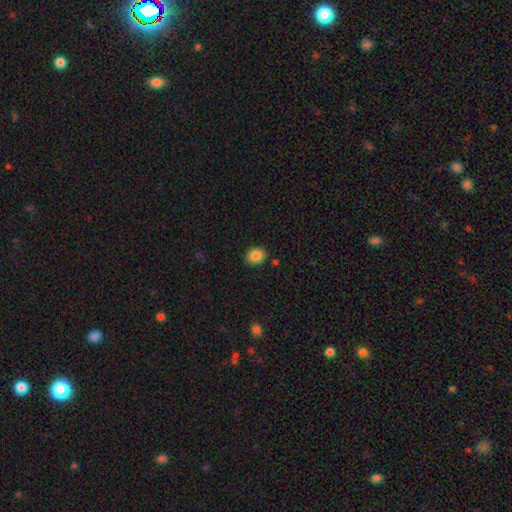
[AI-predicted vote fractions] Smooth or featured? Predicted: smooth (p=0.86). How rounded? Predicted: round (p=0.58). Merging? Predicted: none (p=0.87).